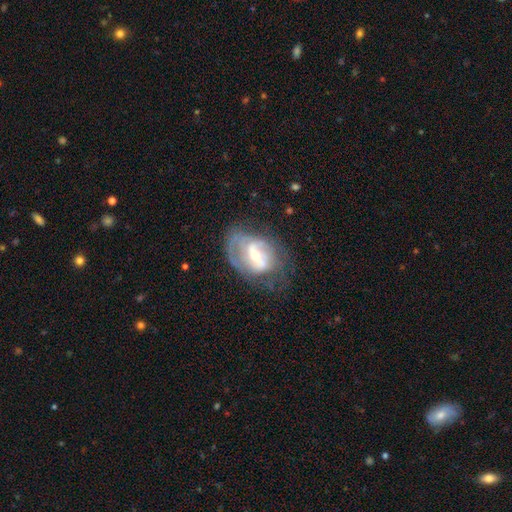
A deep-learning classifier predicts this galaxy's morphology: smooth_or_featured: featured or disk (p=0.78) [alt: smooth p=0.15]
disk_edge_on: no (p=0.96) [alt: yes p=0.04]
bar: weak (p=0.46) [alt: no p=0.29]
has_spiral_arms: yes (p=0.82) [alt: no p=0.18]
spiral_winding: tight (p=0.43) [alt: medium p=0.39]
spiral_arm_count: 2 (p=0.43) [alt: can't tell p=0.33]
bulge_size: moderate (p=0.48) [alt: small p=0.46]
merging: none (p=0.54) [alt: minor disturbance p=0.23]